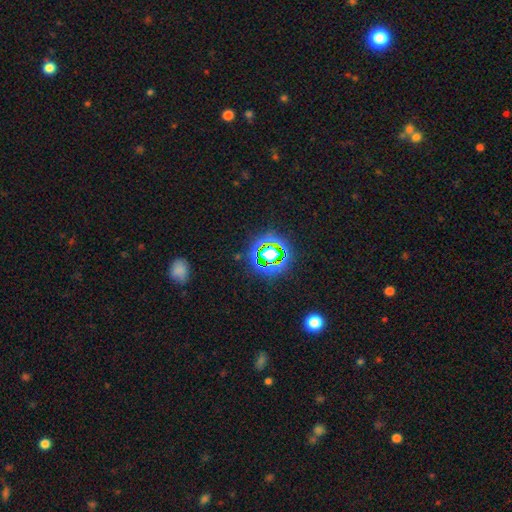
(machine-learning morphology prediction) star or artifact 68%, smooth 25%, featured or disk 8%.